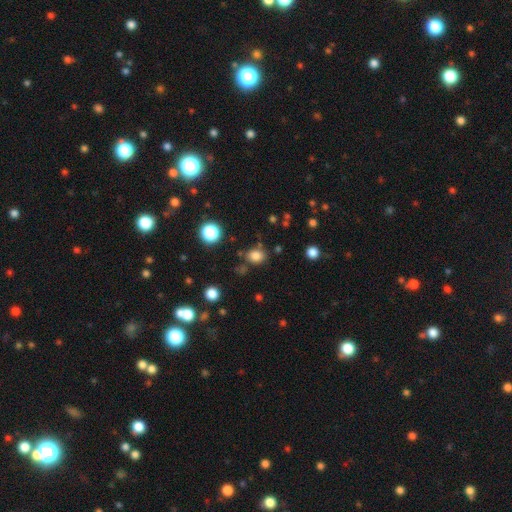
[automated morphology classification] Smooth or featured? smooth (81%)
How rounded? round (58%)
Merging? none (76%)